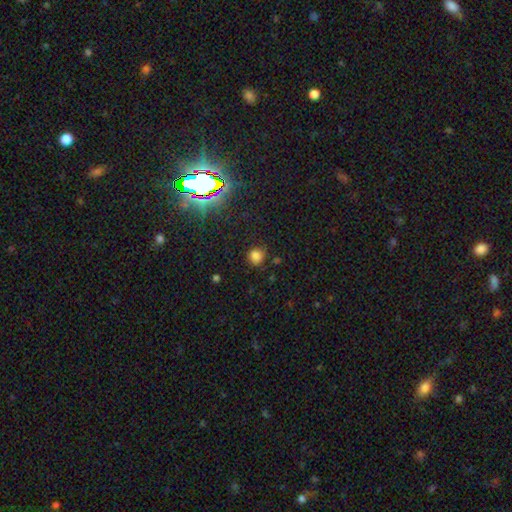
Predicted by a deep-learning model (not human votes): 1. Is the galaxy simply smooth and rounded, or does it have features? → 77% smooth, 18% star or artifact, 5% featured or disk.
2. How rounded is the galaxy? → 85% round, 14% in between, 1% cigar-shaped.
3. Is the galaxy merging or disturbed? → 79% none, 15% minor disturbance, 4% major disturbance, 2% merger.